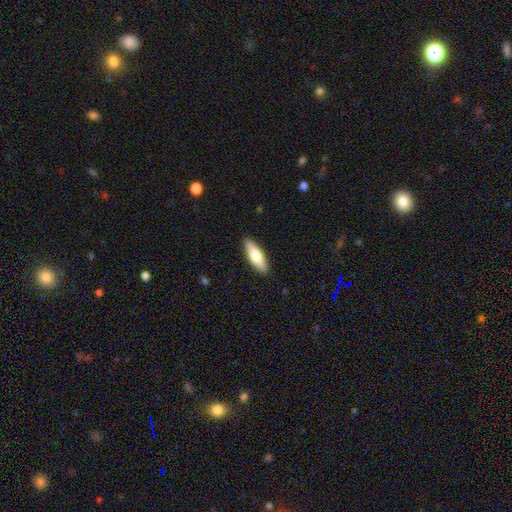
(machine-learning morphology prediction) The model was most divided on "how rounded": in between: 56%, cigar-shaped: 42%, round: 2%. More confident: merging — none (90%); smooth or featured — smooth (70%).